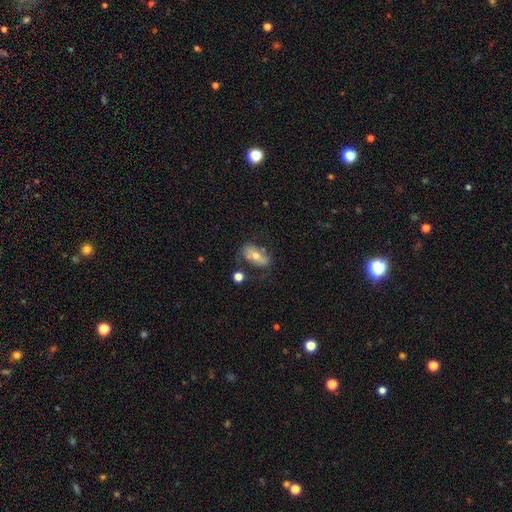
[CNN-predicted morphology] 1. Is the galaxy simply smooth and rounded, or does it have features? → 52% smooth, 40% featured or disk, 8% star or artifact.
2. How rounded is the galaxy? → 87% in between, 7% cigar-shaped, 6% round.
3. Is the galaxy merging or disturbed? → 59% none, 23% minor disturbance, 10% major disturbance, 9% merger.